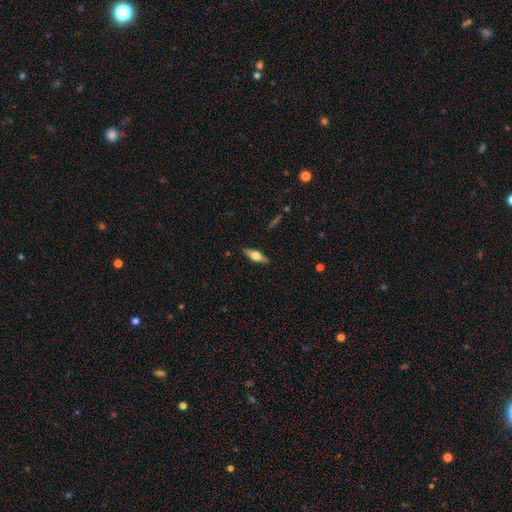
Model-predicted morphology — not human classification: Q: Smooth or featured?
A: featured or disk (62%); runner-up: smooth (32%)
Q: Edge-on disk?
A: yes (95%); runner-up: no (5%)
Q: Edge-on bulge?
A: rounded (92%); runner-up: boxy (6%)
Q: Merging?
A: none (88%); runner-up: minor disturbance (9%)